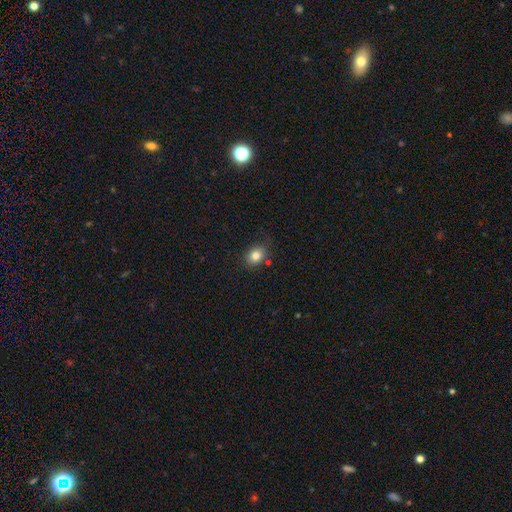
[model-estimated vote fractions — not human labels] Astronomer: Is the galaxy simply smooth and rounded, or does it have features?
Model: smooth — 81%.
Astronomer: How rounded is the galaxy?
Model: in between — 58% (runner-up: round, 41%).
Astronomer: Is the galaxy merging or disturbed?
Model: none — 75%.